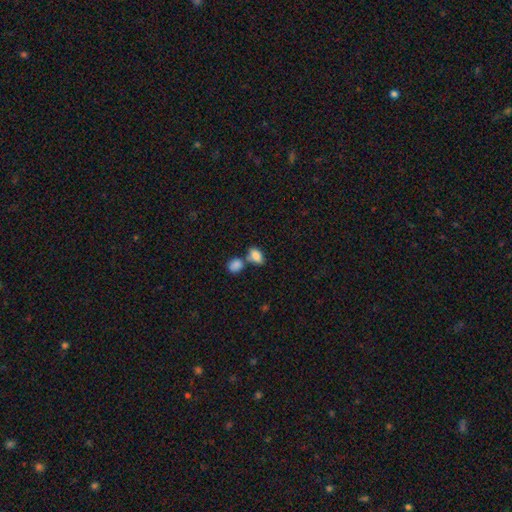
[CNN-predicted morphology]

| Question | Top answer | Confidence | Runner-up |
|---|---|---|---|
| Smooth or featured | smooth | 85% | star or artifact (8%) |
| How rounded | in between | 88% | round (10%) |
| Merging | none | 43% | merger (41%) |